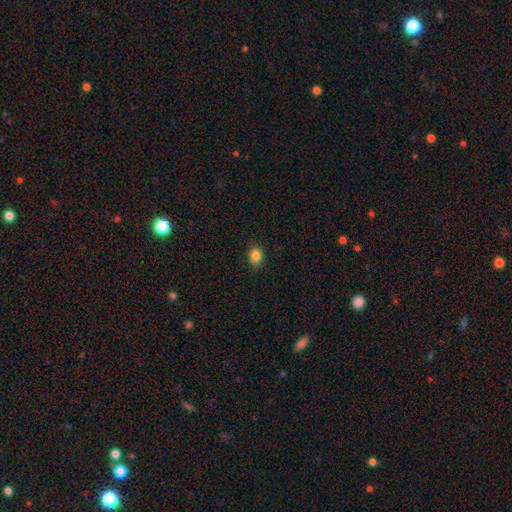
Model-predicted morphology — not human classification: smooth_or_featured: smooth (p=0.85) [alt: star or artifact p=0.10]
how_rounded: in between (p=0.54) [alt: round p=0.45]
merging: none (p=0.89) [alt: minor disturbance p=0.09]